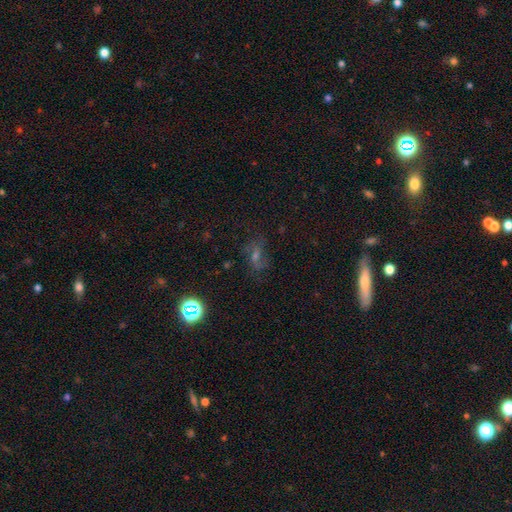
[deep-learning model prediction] Q: Smooth or featured?
A: featured or disk (50%); runner-up: star or artifact (30%)
Q: Merging?
A: none (70%); runner-up: minor disturbance (16%)